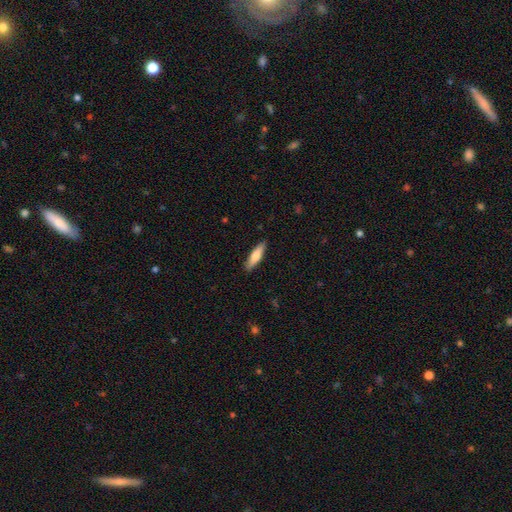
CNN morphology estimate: Smooth or featured? smooth (65%)
How rounded? cigar-shaped (71%)
Merging? none (89%)